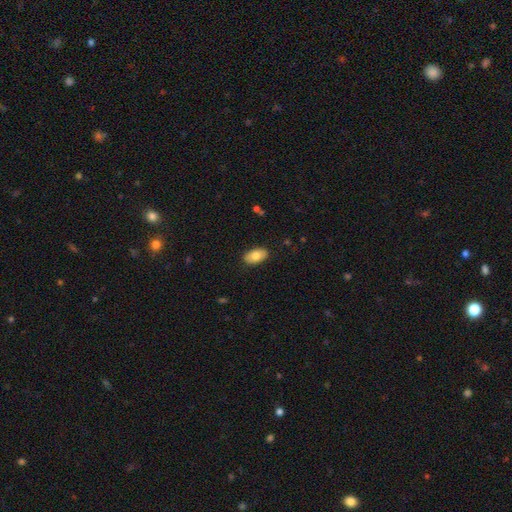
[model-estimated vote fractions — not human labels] A smooth galaxy with no disk features (79%) that is in between round and cigar-shaped (94%).

Vote fractions:
- Smooth or featured? smooth: 79% / featured or disk: 15% / star or artifact: 6%
- How rounded? in between: 94% / round: 5% / cigar-shaped: 2%
- Merging? none: 87% / minor disturbance: 10% / major disturbance: 2% / merger: 1%